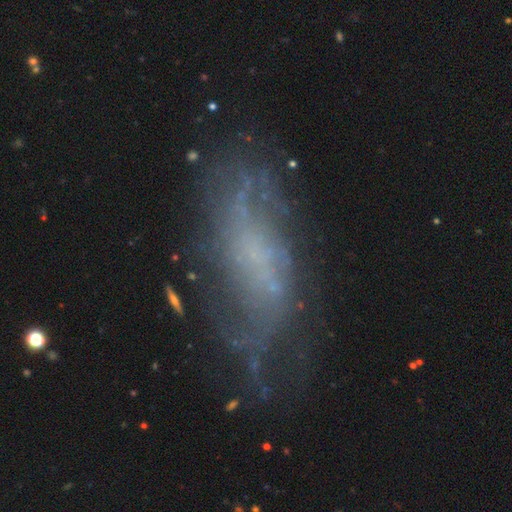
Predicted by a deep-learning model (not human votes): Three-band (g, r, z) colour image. It shows a featured or disk galaxy (67%) with no bar (61%), spiral arms (72%) and no central bulge (58%). Merging: none (59%).